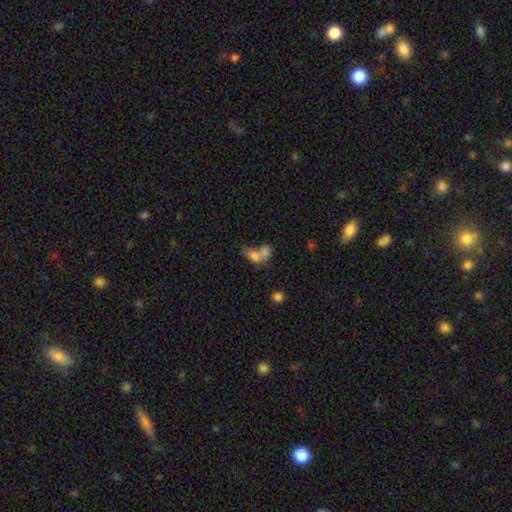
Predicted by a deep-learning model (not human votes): A smooth galaxy with no disk features (72%) that is in between round and cigar-shaped (76%). Merging: merger (67%).